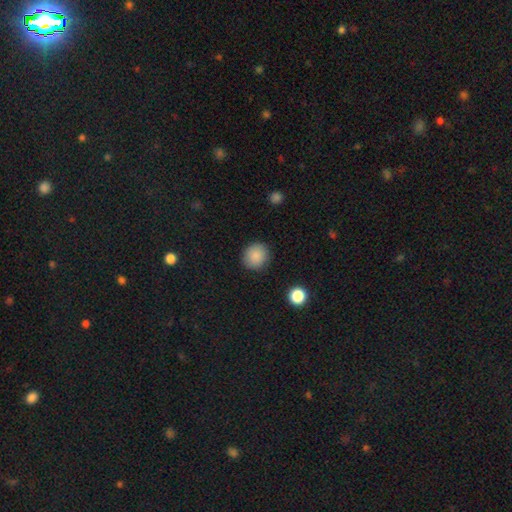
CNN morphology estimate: Smooth or featured? Predicted: smooth (p=0.88). How rounded? Predicted: round (p=0.88). Merging? Predicted: none (p=0.89).